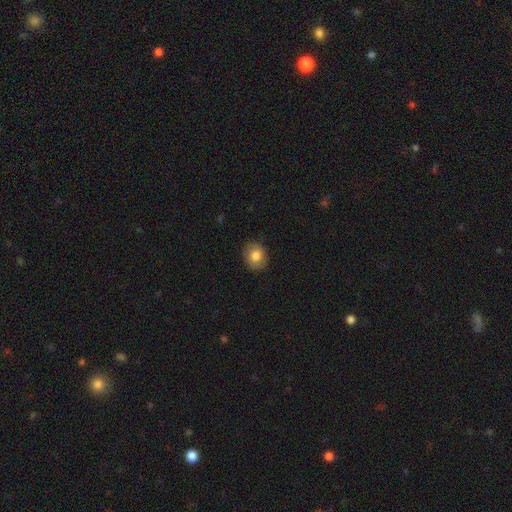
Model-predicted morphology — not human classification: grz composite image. It shows a smooth galaxy with no disk features (81%) that is round (64%). Merging: none (88%).